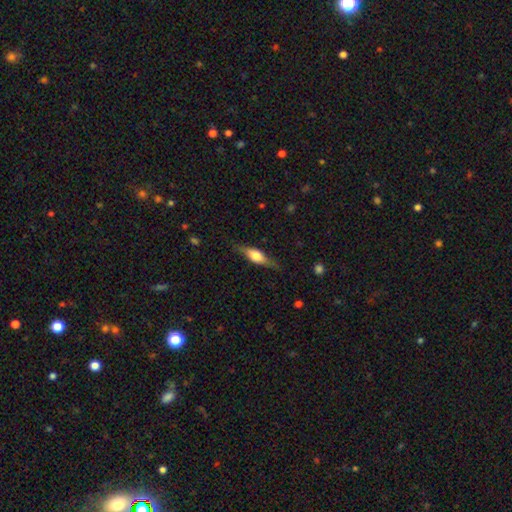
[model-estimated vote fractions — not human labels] Smooth or featured?
  - featured or disk: 54% *
  - smooth: 40%
  - star or artifact: 6%
Edge-on disk?
  - yes: 91% *
  - no: 9%
Merging?
  - none: 80% *
  - minor disturbance: 15%
  - major disturbance: 4%
  - merger: 1%